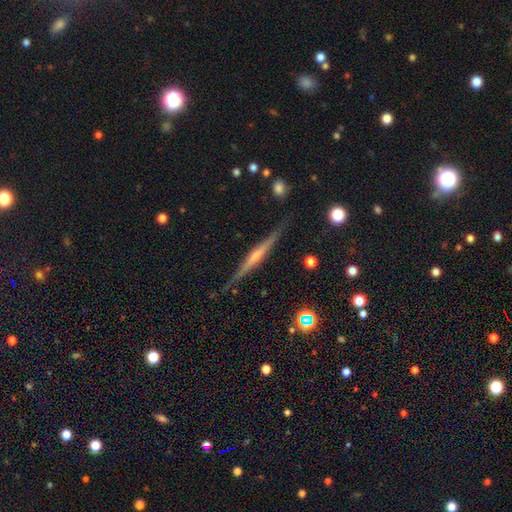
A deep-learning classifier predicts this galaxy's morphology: This appears to be a featured or disk galaxy (75%) viewed edge-on (98%) with a rounded central bulge (62%). Merging: none (87%).